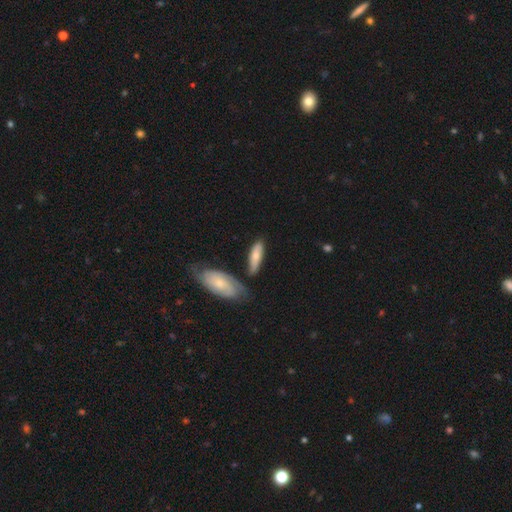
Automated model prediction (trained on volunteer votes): Smooth or featured? Predicted: smooth (p=0.60). How rounded? Predicted: in between (p=0.53). Merging? Predicted: none (p=0.63).